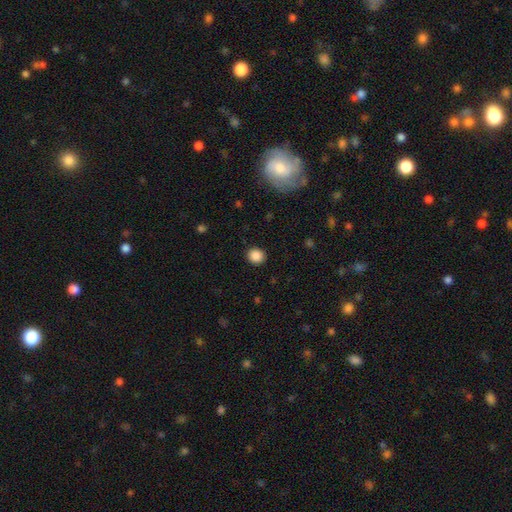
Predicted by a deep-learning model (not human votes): This appears to be a smooth galaxy with no disk features (87%) that is round (84%). Merging: none (91%).